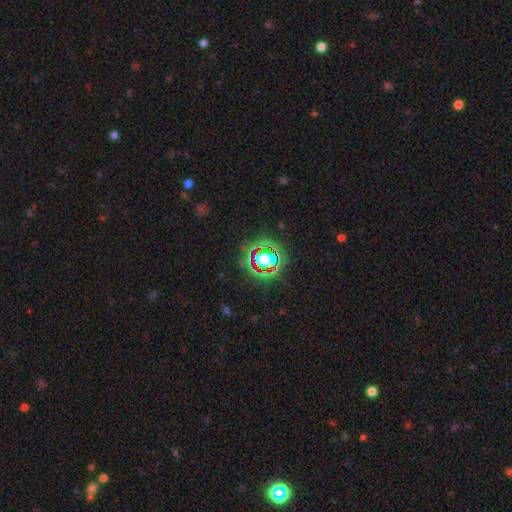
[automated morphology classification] This appears to be a star or artifact, not a galaxy (76%).